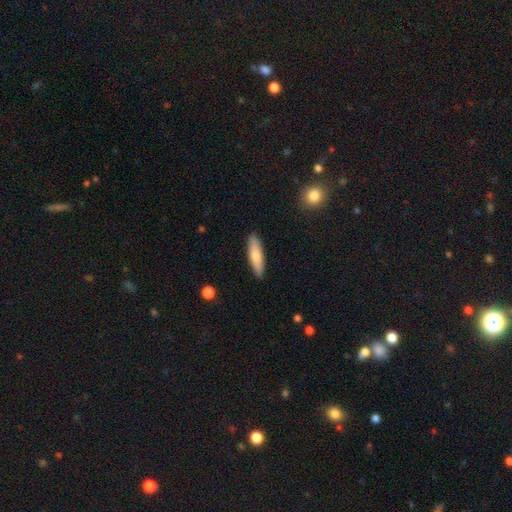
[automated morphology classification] Smooth or featured? Predicted: smooth (p=0.73). How rounded? Predicted: cigar-shaped (p=0.66). Merging? Predicted: none (p=0.88).